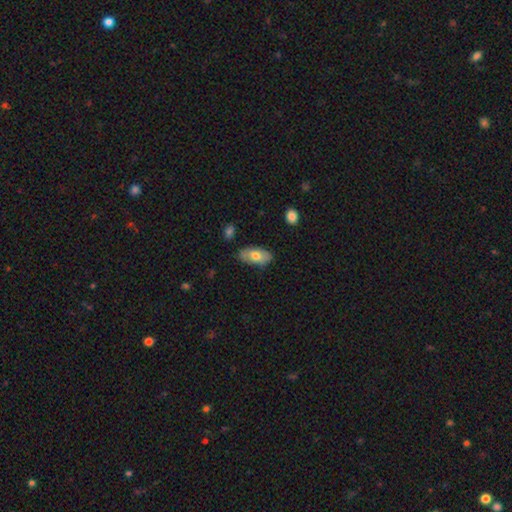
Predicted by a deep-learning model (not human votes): smooth_or_featured: smooth (p=0.69) [alt: featured or disk p=0.25]
how_rounded: in between (p=0.93) [alt: cigar-shaped p=0.04]
merging: none (p=0.79) [alt: minor disturbance p=0.16]